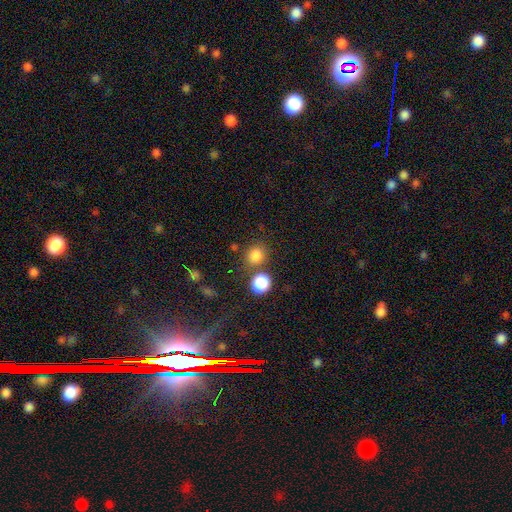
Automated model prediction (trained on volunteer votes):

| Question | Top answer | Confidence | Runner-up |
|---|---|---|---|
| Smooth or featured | smooth | 82% | star or artifact (14%) |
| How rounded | round | 81% | in between (17%) |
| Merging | none | 72% | merger (15%) |